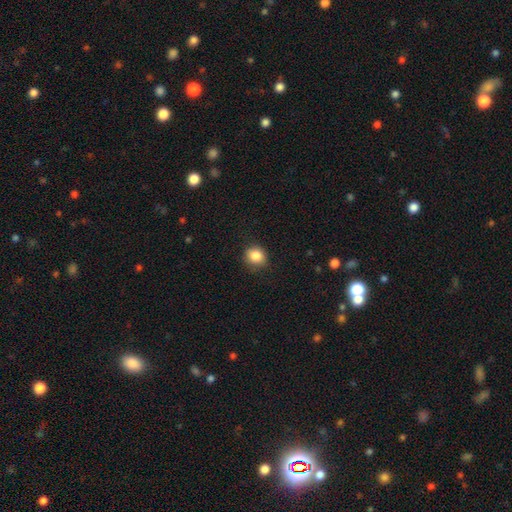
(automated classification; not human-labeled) Smooth or featured? Predicted: smooth (p=0.85). How rounded? Predicted: round (p=0.80). Merging? Predicted: none (p=0.83).